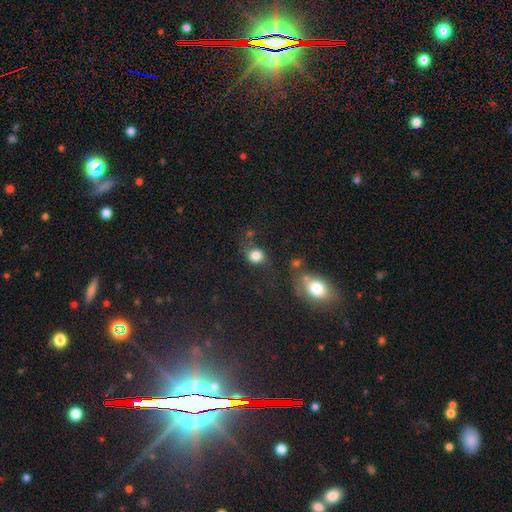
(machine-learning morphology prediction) smooth-or-featured: smooth: 76% | featured or disk: 13% | star or artifact: 11%
  how-rounded: round: 67% | in between: 31% | cigar-shaped: 1%
  merging: none: 54% | minor disturbance: 22% | major disturbance: 16% | merger: 9%